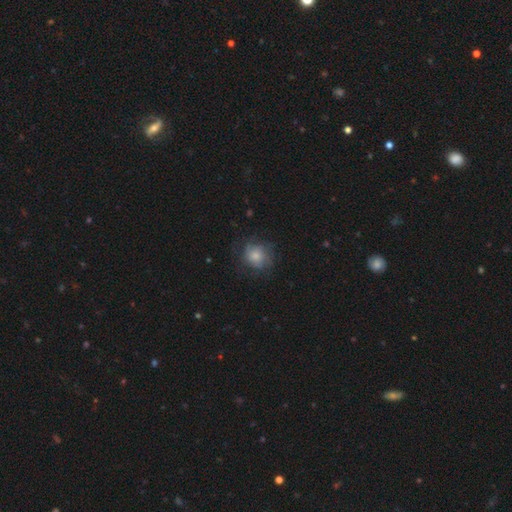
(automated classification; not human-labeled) This is likely a smooth galaxy (64%). How rounded: clearly round (82%). Merging: likely none (64%).